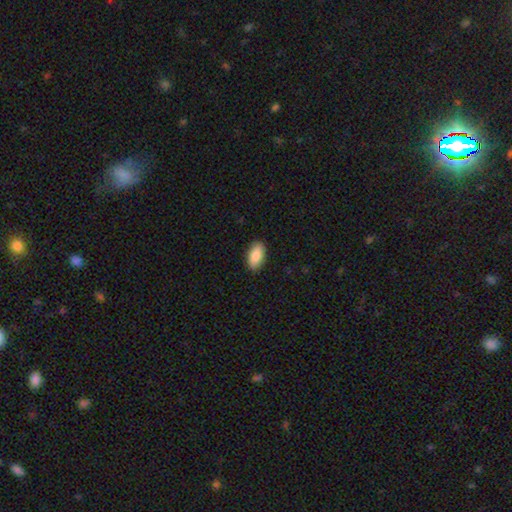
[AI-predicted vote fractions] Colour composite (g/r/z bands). It shows a smooth galaxy with no disk features (87%) that is in between round and cigar-shaped (93%). Merging: none (89%).